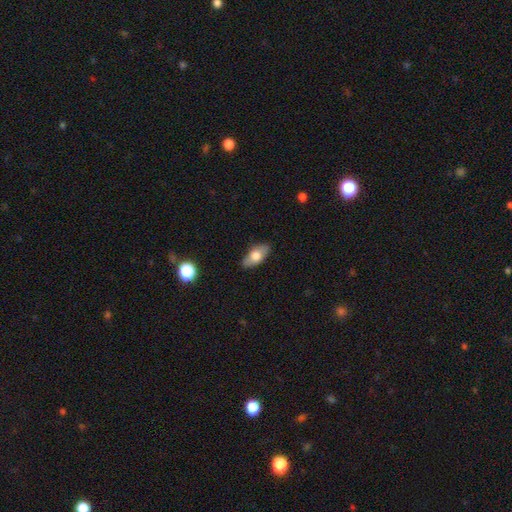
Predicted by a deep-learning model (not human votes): Morphology: type=smooth (65%); roundness=in between (86%); merging=none (83%).